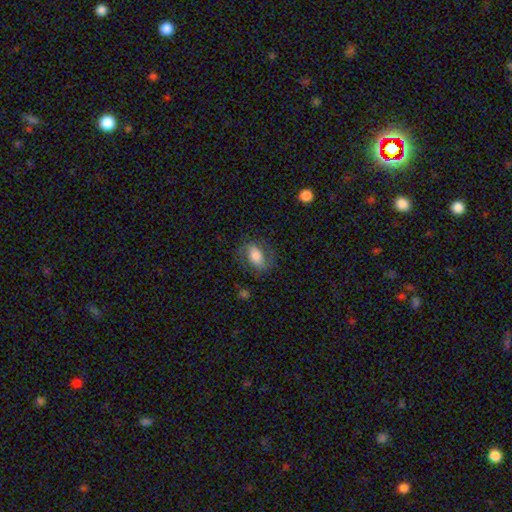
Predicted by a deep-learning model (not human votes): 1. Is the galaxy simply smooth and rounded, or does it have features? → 52% smooth, 40% featured or disk, 8% star or artifact.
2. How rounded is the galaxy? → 84% in between, 13% round, 3% cigar-shaped.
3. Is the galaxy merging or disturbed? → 71% none, 17% minor disturbance, 11% major disturbance, 1% merger.